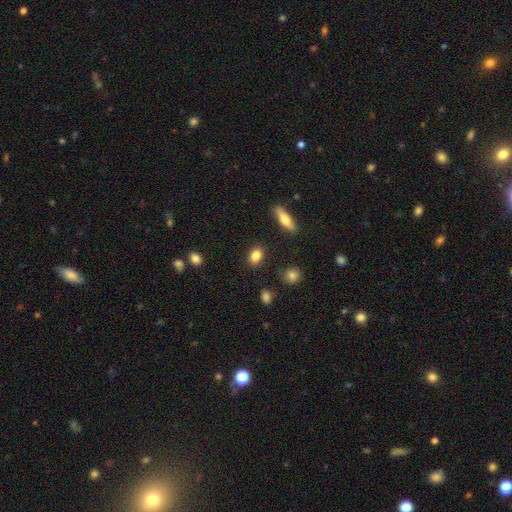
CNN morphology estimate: This appears to be a smooth galaxy with no disk features (84%) that is in between round and cigar-shaped (77%). Merging: none (86%).